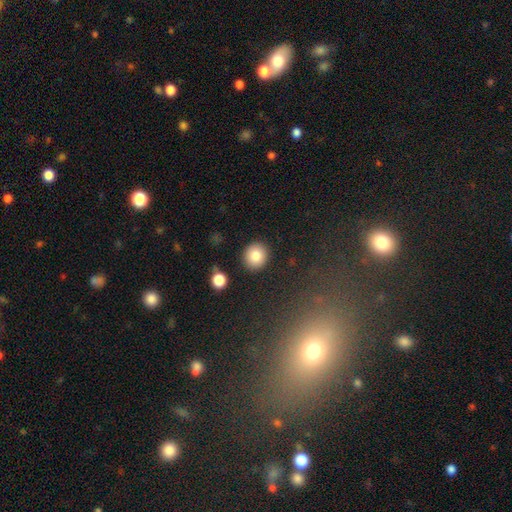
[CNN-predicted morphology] This is clearly a smooth galaxy (83%). How rounded: clearly round (87%). Merging: clearly none (89%).